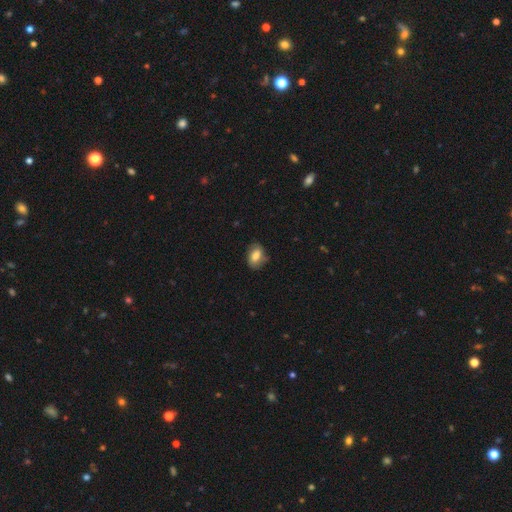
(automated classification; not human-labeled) Smooth or featured? smooth (69%)
How rounded? in between (84%)
Merging? none (73%)